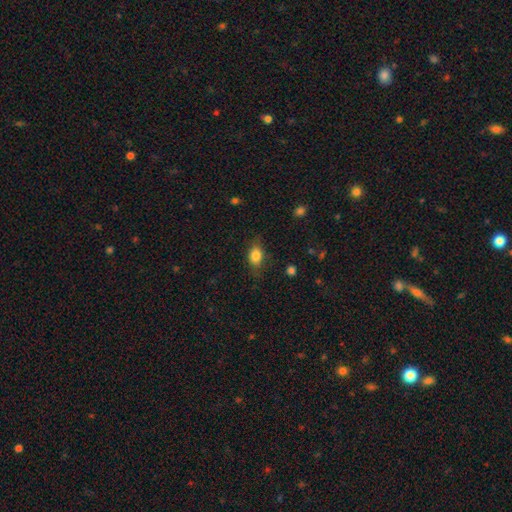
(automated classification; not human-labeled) This is clearly a smooth galaxy (83%). How rounded: likely in between (76%). Merging: likely none (74%).